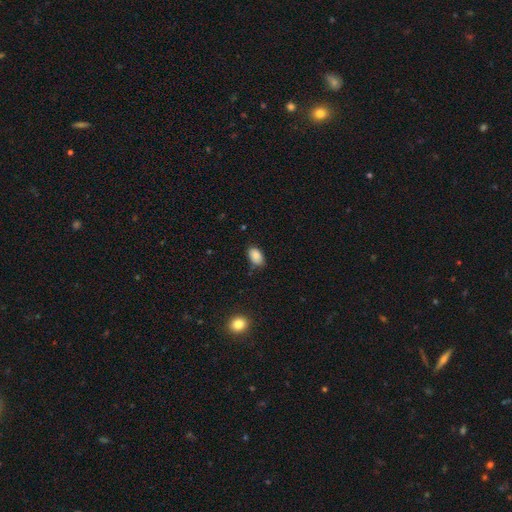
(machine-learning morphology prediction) Smooth or featured?
  - smooth: 86% *
  - star or artifact: 8%
  - featured or disk: 5%
How rounded?
  - in between: 92% *
  - round: 7%
  - cigar-shaped: 1%
Merging?
  - none: 75% *
  - minor disturbance: 20%
  - major disturbance: 3%
  - merger: 2%